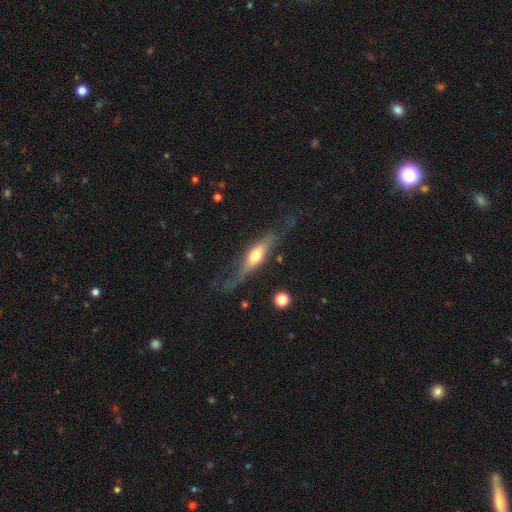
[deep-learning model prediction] The model was most divided on "smooth or featured": featured or disk: 63%, smooth: 32%, star or artifact: 6%. More confident: edge-on bulge — rounded (87%); edge-on disk — yes (83%); merging — none (61%).